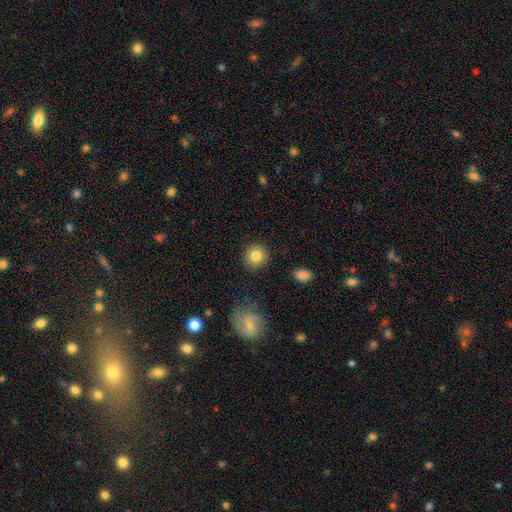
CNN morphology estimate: Smooth or featured: smooth — 82% (featured or disk — 9%)
How rounded: round — 91% (in between — 8%)
Merging: none — 88% (minor disturbance — 8%)